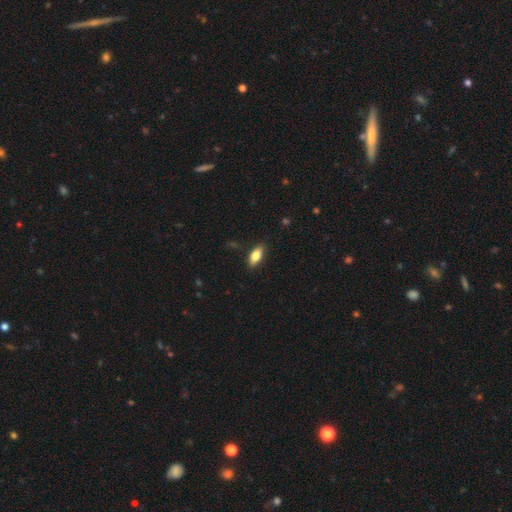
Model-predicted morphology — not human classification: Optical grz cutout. It shows a smooth galaxy with no disk features (82%) that is in between round and cigar-shaped (85%). Merging: none (86%).